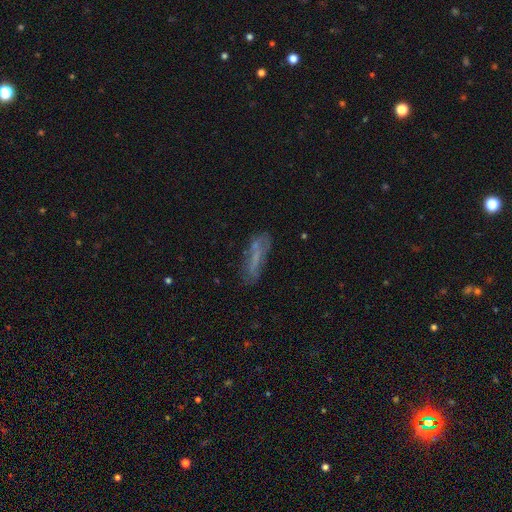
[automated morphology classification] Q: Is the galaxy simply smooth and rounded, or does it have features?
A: smooth — 48%.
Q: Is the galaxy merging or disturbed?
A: none — 60%.